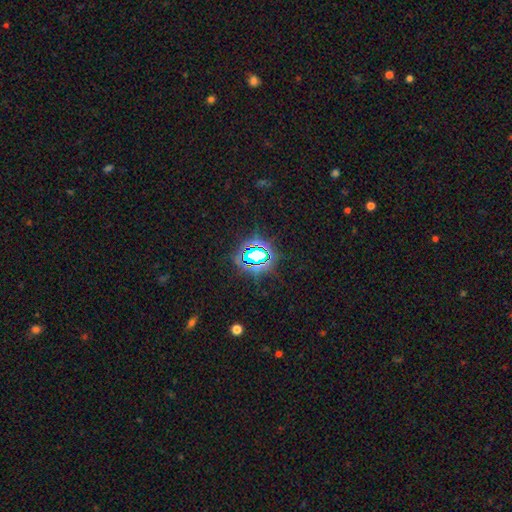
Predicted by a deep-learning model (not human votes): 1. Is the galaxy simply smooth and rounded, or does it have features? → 72% star or artifact, 18% smooth, 10% featured or disk.